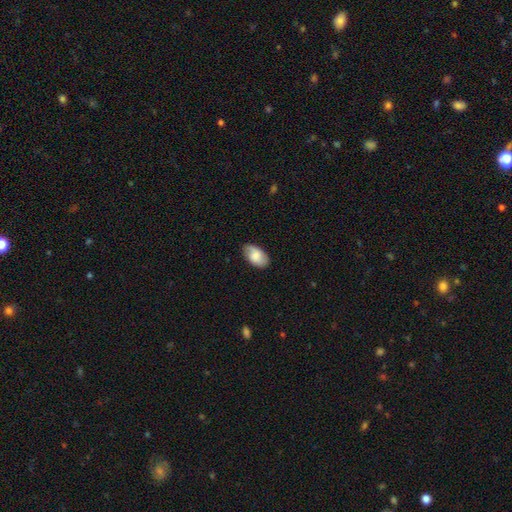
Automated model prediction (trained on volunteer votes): Smooth or featured?
  - smooth: 74% *
  - featured or disk: 19%
  - star or artifact: 7%
How rounded?
  - in between: 94% *
  - round: 5%
  - cigar-shaped: 2%
Merging?
  - none: 80% *
  - minor disturbance: 16%
  - major disturbance: 3%
  - merger: 1%